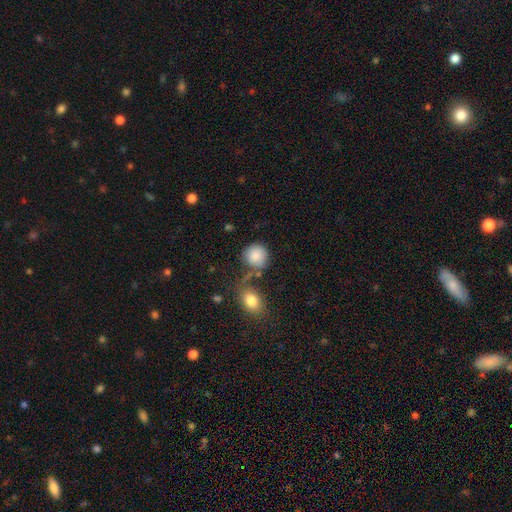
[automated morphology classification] smooth 85%, star or artifact 8%, featured or disk 6%. Down the decision tree: how rounded — round (86%); merging — none (62%).